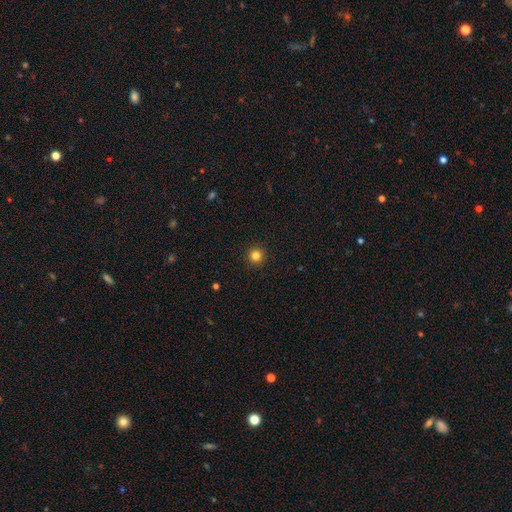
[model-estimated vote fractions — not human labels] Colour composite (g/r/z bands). It shows a smooth galaxy with no disk features (83%) that is round (96%). Merging: none (93%).